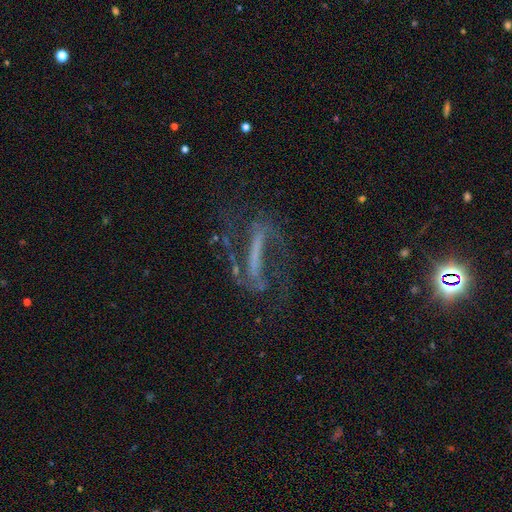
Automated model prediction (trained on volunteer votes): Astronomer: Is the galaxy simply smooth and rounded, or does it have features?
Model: featured or disk — 76%.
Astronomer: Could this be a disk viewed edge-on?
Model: no — 81%.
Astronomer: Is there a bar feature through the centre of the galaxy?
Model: strong — 74%.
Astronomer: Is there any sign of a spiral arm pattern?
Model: yes — 78%.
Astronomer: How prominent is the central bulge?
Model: none — 63%.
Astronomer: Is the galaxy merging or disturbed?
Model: none — 56%.